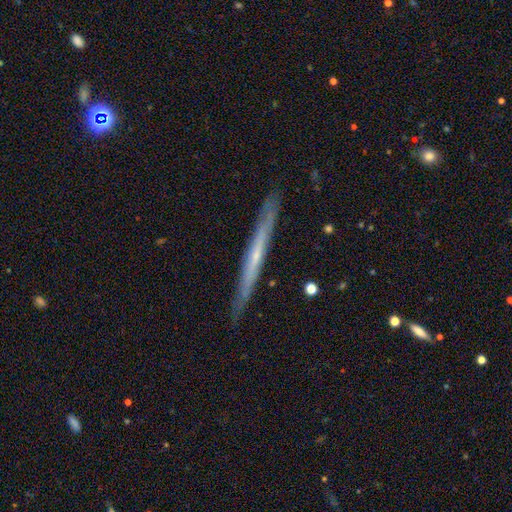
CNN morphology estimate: Smooth or featured: featured or disk — 63% (smooth — 31%)
Edge-on disk: yes — 95% (no — 5%)
Edge-on bulge: none — 73% (rounded — 23%)
Merging: none — 89% (minor disturbance — 9%)